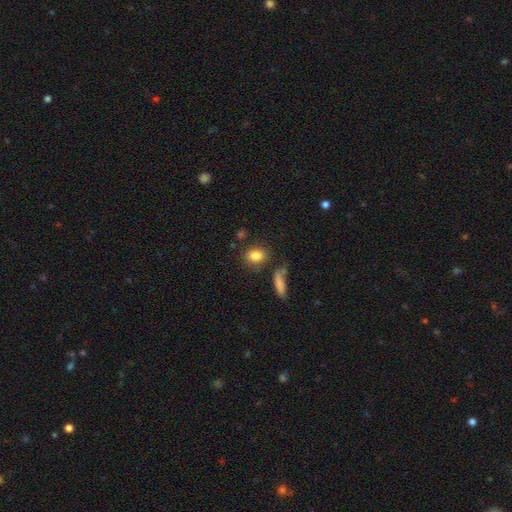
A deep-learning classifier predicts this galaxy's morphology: smooth-or-featured: smooth: 85% | star or artifact: 9% | featured or disk: 7%
  how-rounded: in between: 58% | round: 38% | cigar-shaped: 3%
  merging: none: 74% | minor disturbance: 13% | merger: 8% | major disturbance: 5%